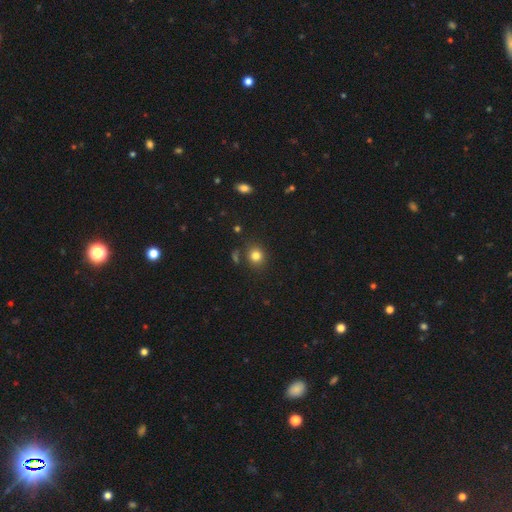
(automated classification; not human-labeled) Overall: smooth (81%). How rounded: round (75%). Merging: none (81%).